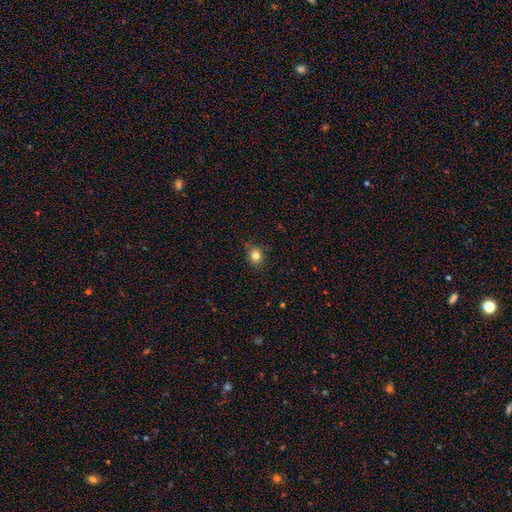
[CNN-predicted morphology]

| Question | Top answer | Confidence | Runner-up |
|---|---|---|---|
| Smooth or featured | smooth | 81% | star or artifact (13%) |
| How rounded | round | 80% | in between (19%) |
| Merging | none | 84% | minor disturbance (13%) |